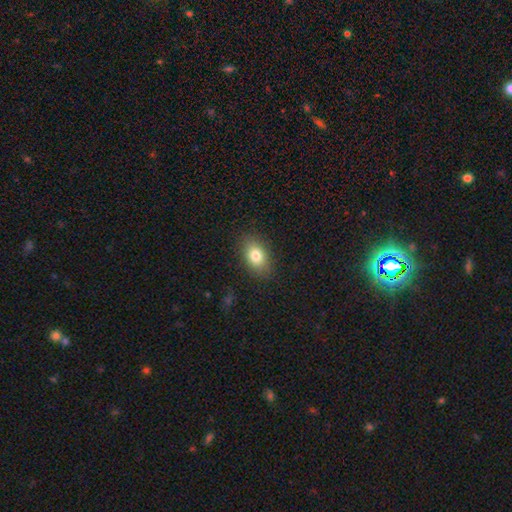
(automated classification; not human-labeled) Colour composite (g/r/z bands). It shows a smooth galaxy with no disk features (81%) that is in between round and cigar-shaped (84%). Merging: none (86%).